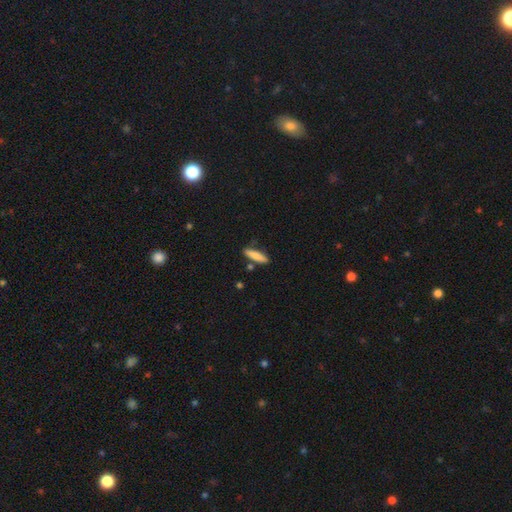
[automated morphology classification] The model was most divided on "how rounded": cigar-shaped: 78%, in between: 21%, round: 2%. More confident: smooth or featured — smooth (84%); merging — none (81%).